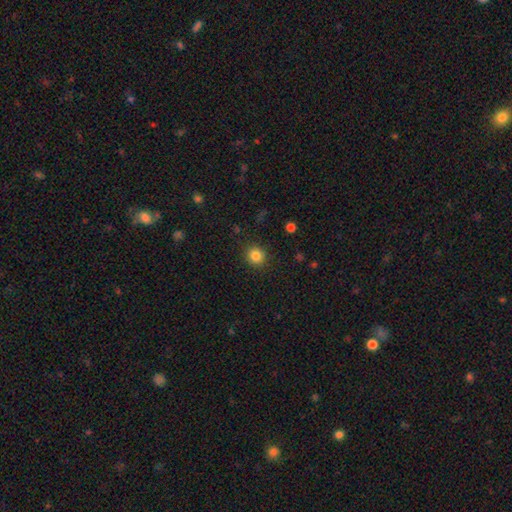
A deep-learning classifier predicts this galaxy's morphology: Smooth or featured? Predicted: smooth (p=0.84). How rounded? Predicted: round (p=0.90). Merging? Predicted: none (p=0.91).